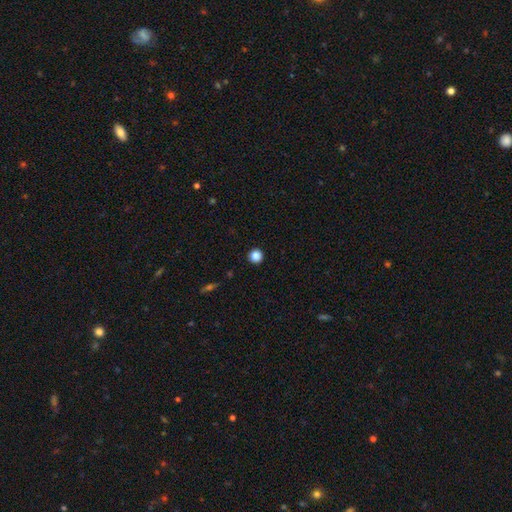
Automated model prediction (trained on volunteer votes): The model was most divided on "smooth or featured": smooth: 86%, star or artifact: 10%, featured or disk: 3%. More confident: how rounded — round (96%); merging — none (93%).